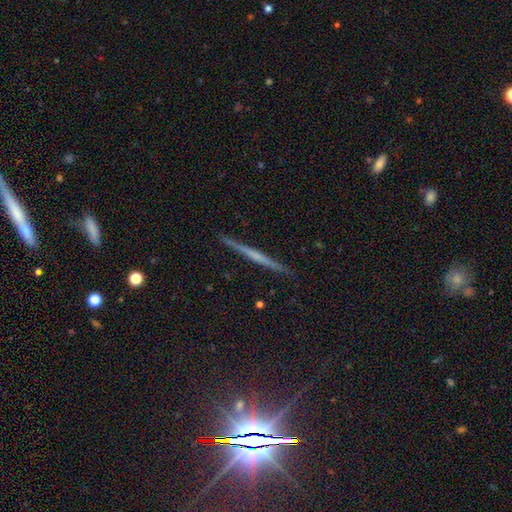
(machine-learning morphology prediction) Q: Smooth or featured?
A: featured or disk (62%); runner-up: smooth (28%)
Q: Edge-on disk?
A: yes (98%); runner-up: no (2%)
Q: Edge-on bulge?
A: none (67%); runner-up: rounded (25%)
Q: Merging?
A: none (92%); runner-up: minor disturbance (5%)